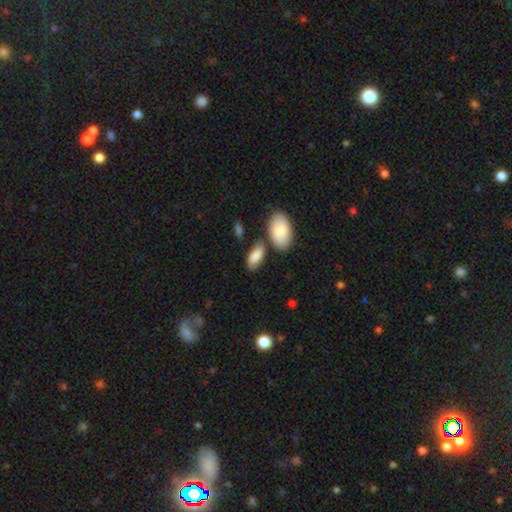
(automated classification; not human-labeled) Smooth or featured: smooth — 84% (featured or disk — 10%)
How rounded: in between — 92% (cigar-shaped — 5%)
Merging: none — 65% (minor disturbance — 17%)